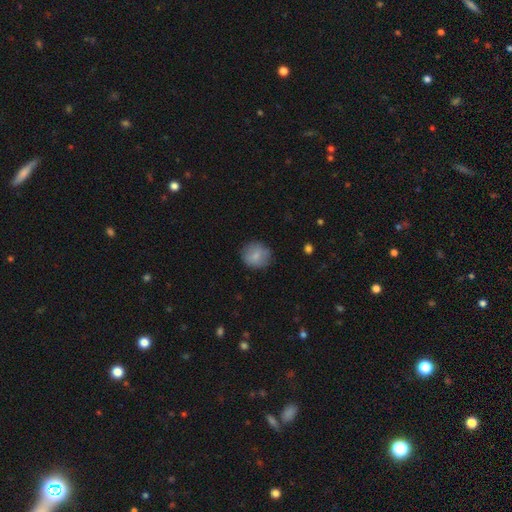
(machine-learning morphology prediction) Q: Smooth or featured?
A: smooth (82%); runner-up: featured or disk (11%)
Q: How rounded?
A: round (85%); runner-up: in between (14%)
Q: Merging?
A: none (82%); runner-up: minor disturbance (13%)